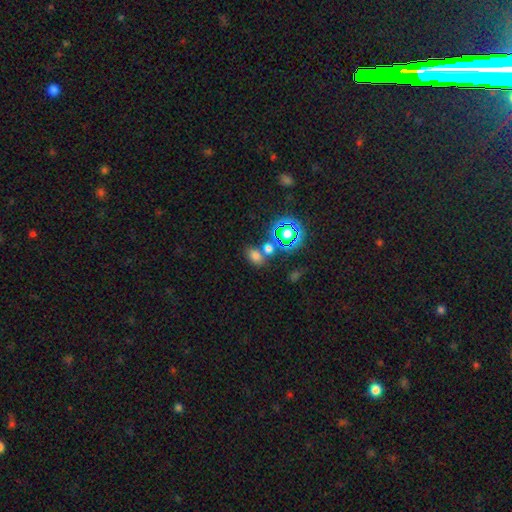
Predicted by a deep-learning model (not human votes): smooth-or-featured: smooth: 66% | star or artifact: 27% | featured or disk: 8%
  how-rounded: in between: 70% | round: 28% | cigar-shaped: 2%
  merging: none: 63% | merger: 22% | minor disturbance: 11% | major disturbance: 4%